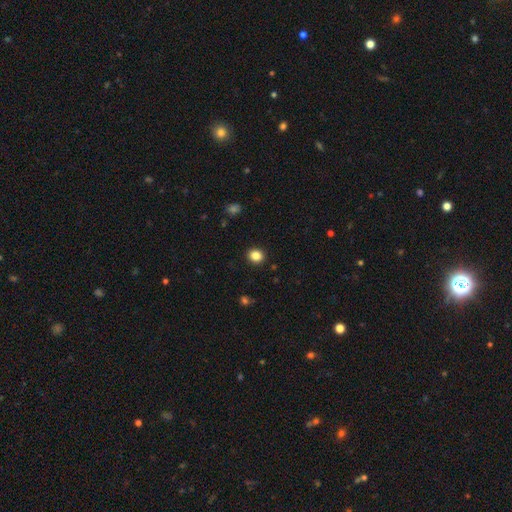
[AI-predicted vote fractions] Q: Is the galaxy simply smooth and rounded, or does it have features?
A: smooth — 85%.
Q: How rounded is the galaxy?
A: round — 74%.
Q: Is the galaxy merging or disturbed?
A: none — 91%.